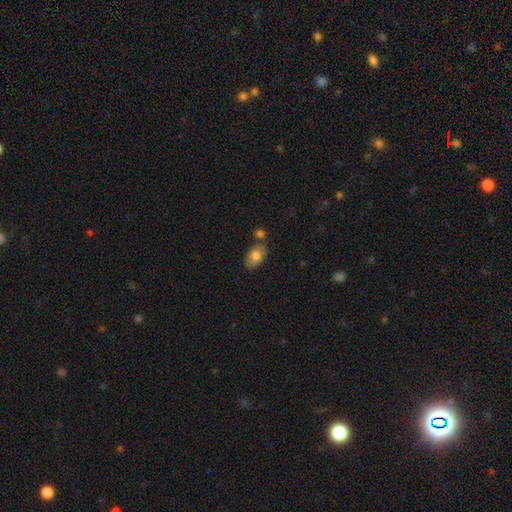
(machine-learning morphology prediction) Smooth or featured: smooth — 77% (featured or disk — 16%)
How rounded: in between — 91% (round — 7%)
Merging: none — 69% (minor disturbance — 14%)